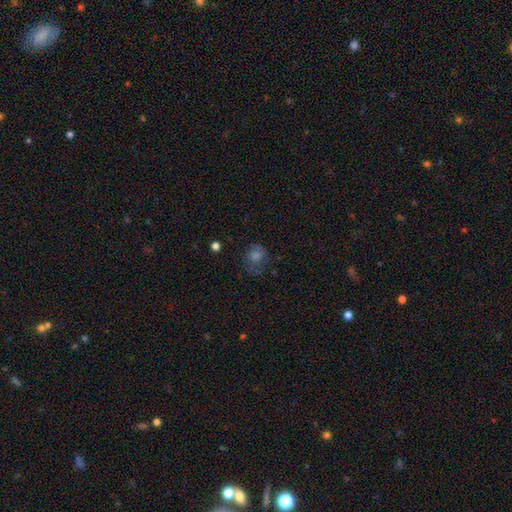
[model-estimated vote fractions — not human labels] Morphology: type=smooth (49%); merging=none (62%).